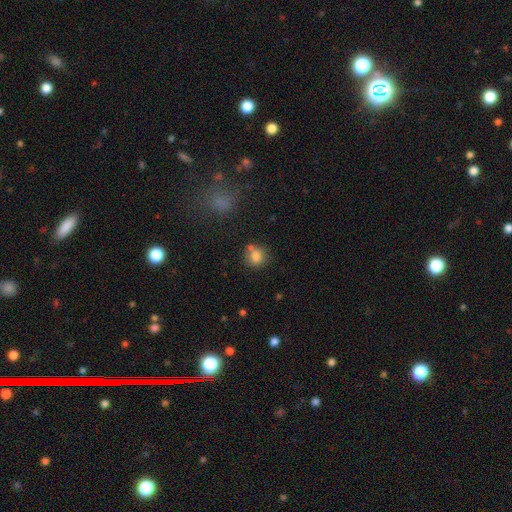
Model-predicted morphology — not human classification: Smooth or featured? Predicted: smooth (p=0.80). How rounded? Predicted: round (p=0.78). Merging? Predicted: none (p=0.60).